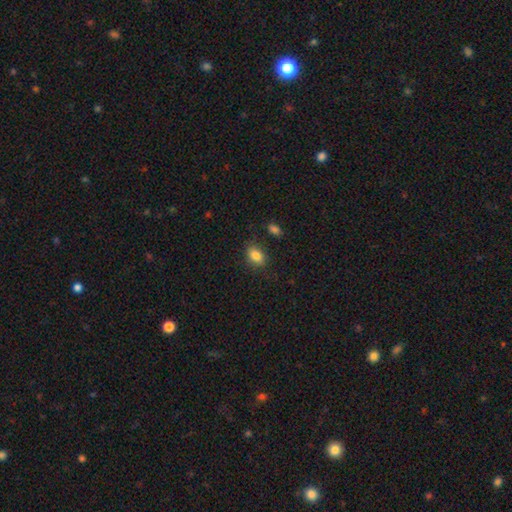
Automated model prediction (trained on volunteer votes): Overall: smooth (84%). How rounded: in between (80%). Merging: none (81%).